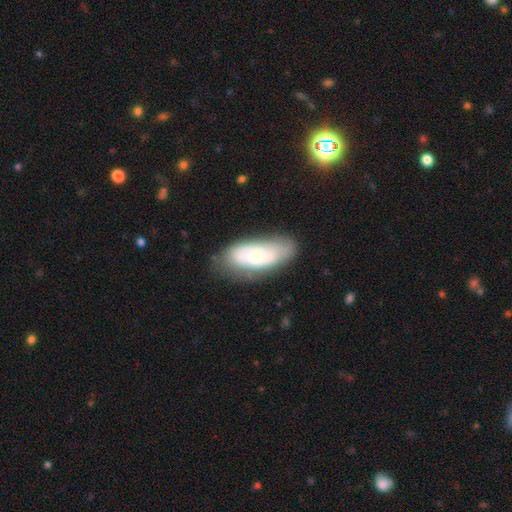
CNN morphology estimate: featured or disk 54%, smooth 39%, star or artifact 7%. Down the decision tree: edge-on disk — no (89%); merging — none (66%).